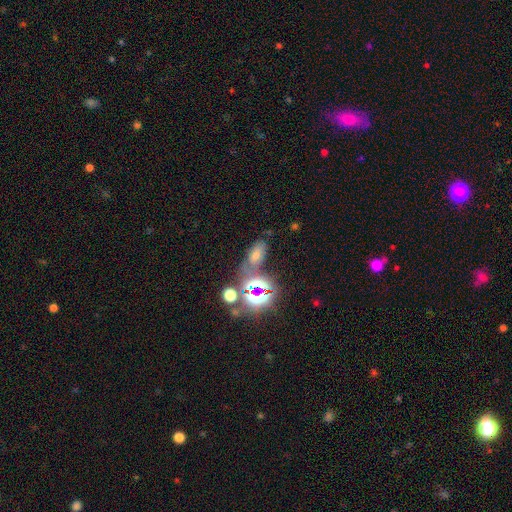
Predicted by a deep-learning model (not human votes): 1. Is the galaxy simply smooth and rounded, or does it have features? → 47% star or artifact, 36% smooth, 17% featured or disk.